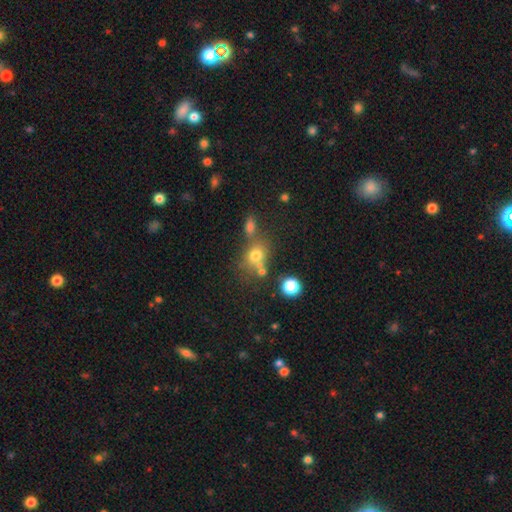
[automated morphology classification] smooth 70%, star or artifact 17%, featured or disk 13%. Down the decision tree: how rounded — round (65%); merging — none (51%).